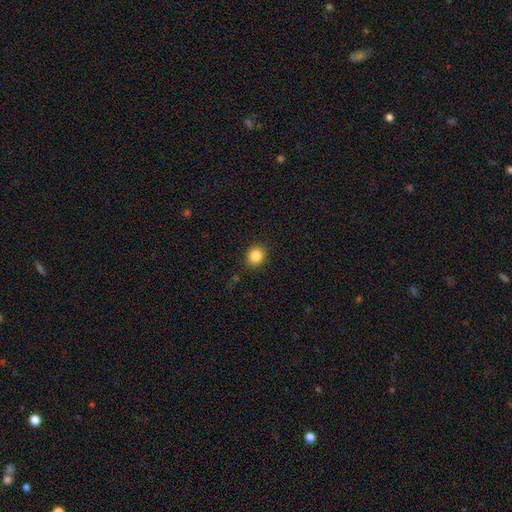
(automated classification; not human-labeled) smooth_or_featured: smooth (p=0.85) [alt: star or artifact p=0.10]
how_rounded: round (p=0.76) [alt: in between p=0.23]
merging: none (p=0.89) [alt: minor disturbance p=0.08]